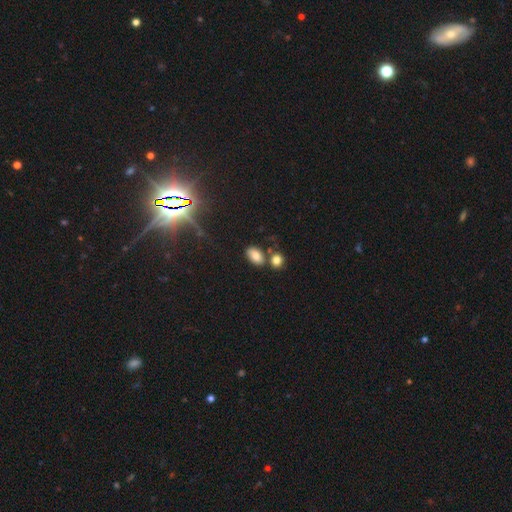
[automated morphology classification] Smooth or featured? Predicted: smooth (p=0.78). How rounded? Predicted: in between (p=0.86). Merging? Predicted: none (p=0.66).